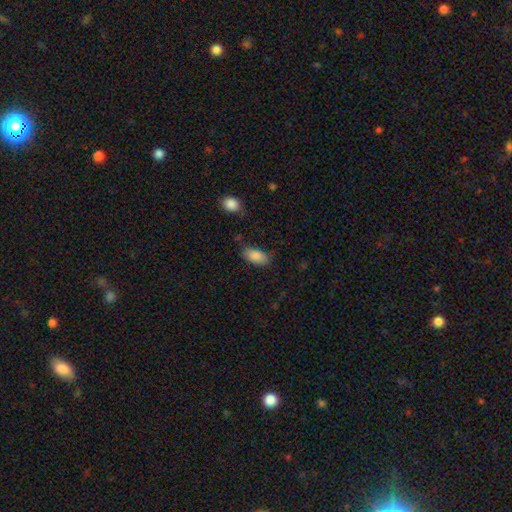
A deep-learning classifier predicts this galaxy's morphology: smooth-or-featured: smooth: 88% | star or artifact: 7% | featured or disk: 5%
  how-rounded: in between: 92% | cigar-shaped: 5% | round: 3%
  merging: none: 75% | minor disturbance: 18% | major disturbance: 4% | merger: 3%